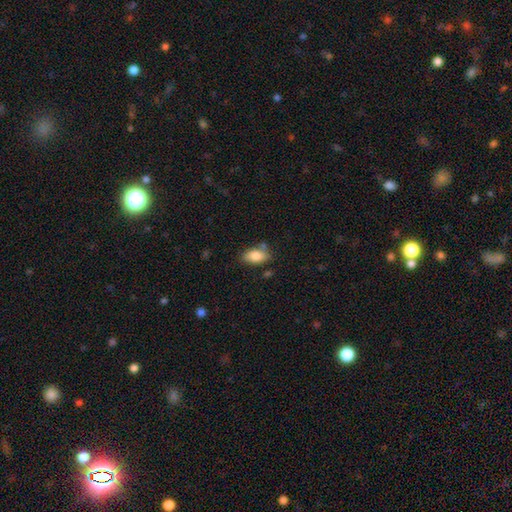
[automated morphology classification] type=smooth (84%); roundness=in between (91%); merging=none (69%).